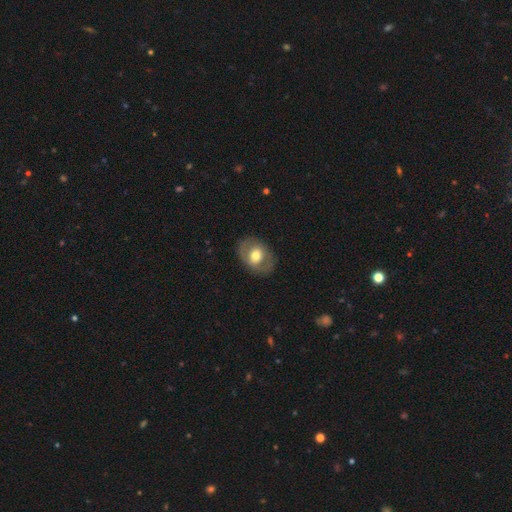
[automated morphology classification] This is possibly a smooth galaxy (52%). How rounded: likely in between (62%). Merging: clearly none (81%).